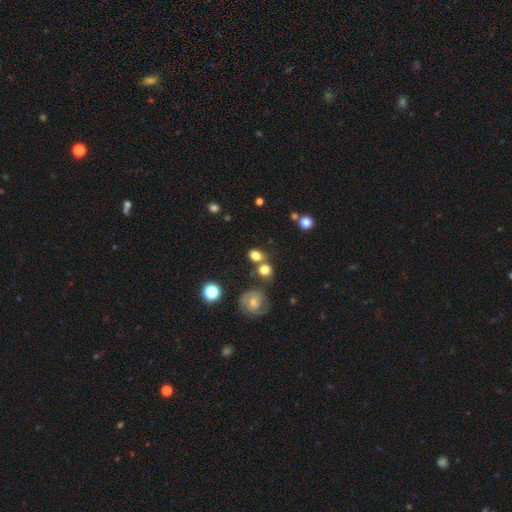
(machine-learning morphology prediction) Overall: smooth (74%). How rounded: round (58%; in between 41%). Merging: none (60%; merger 23%).